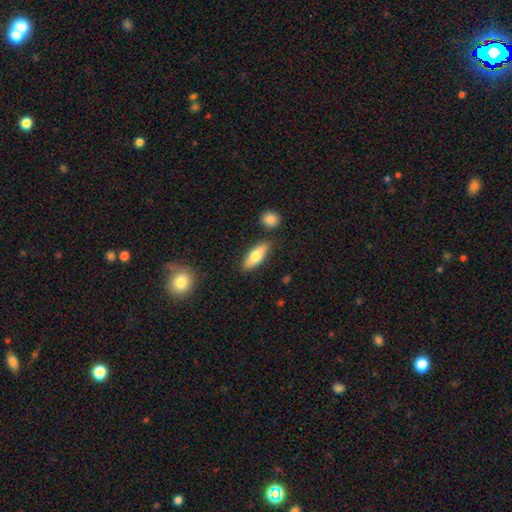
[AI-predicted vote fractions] Smooth or featured? smooth (70%)
How rounded? in between (63%)
Merging? none (82%)